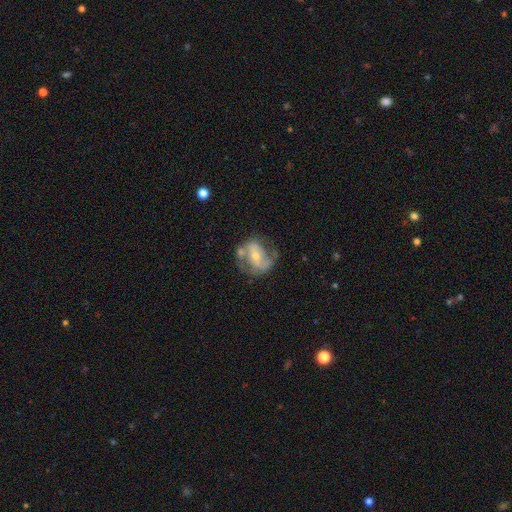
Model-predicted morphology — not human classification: A featured or disk galaxy (67%) with no bar (35%), spiral arms (69%) and a moderate central bulge (51%).

Vote fractions:
- Smooth or featured? featured or disk: 67% / smooth: 26% / star or artifact: 6%
- Edge-on disk? no: 96% / yes: 4%
- Bar? no: 35% / weak: 34% / strong: 31%
- Spiral arms? yes: 69% / no: 31%
- Bulge size? moderate: 51% / small: 43% / large: 3% / none: 2% / dominant: 1%
- Merging? none: 46% / minor disturbance: 22% / major disturbance: 16% / merger: 15%